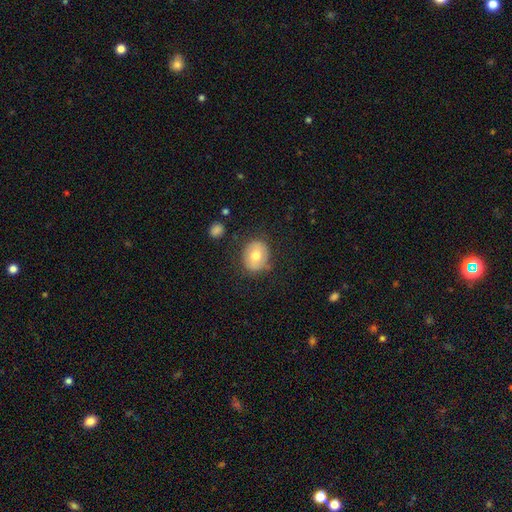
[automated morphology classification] smooth 66%, featured or disk 26%, star or artifact 8%. Down the decision tree: how rounded — round (63%); merging — none (73%).